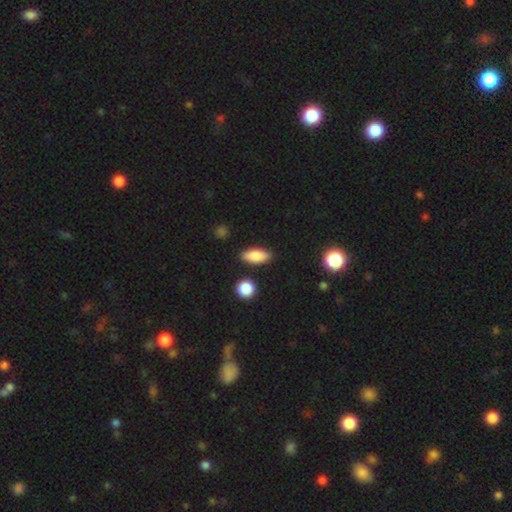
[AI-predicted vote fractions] Q: Smooth or featured?
A: smooth (81%); runner-up: featured or disk (11%)
Q: How rounded?
A: in between (77%); runner-up: cigar-shaped (19%)
Q: Merging?
A: none (86%); runner-up: minor disturbance (9%)